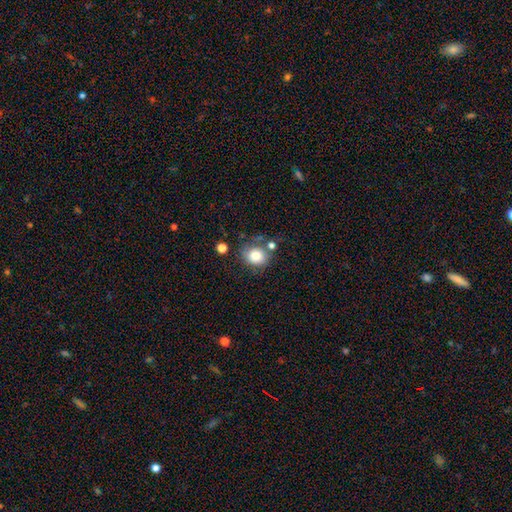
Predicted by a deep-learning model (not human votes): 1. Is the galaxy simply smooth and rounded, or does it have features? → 78% smooth, 12% featured or disk, 10% star or artifact.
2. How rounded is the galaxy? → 71% round, 28% in between, 1% cigar-shaped.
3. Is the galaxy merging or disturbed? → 64% none, 17% minor disturbance, 12% merger, 7% major disturbance.